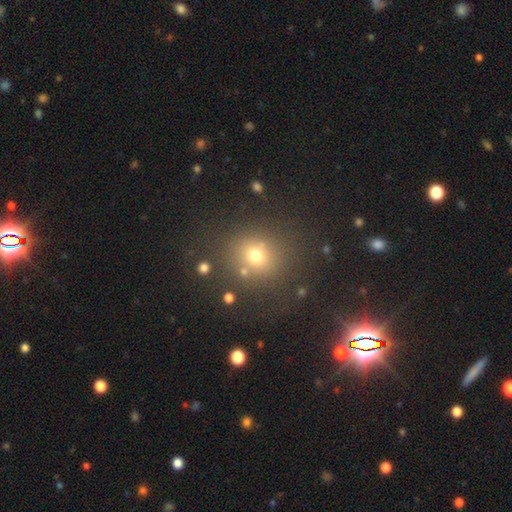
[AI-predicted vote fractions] This appears to be a smooth galaxy with no disk features (69%) that is round (81%). Merging: none (77%).